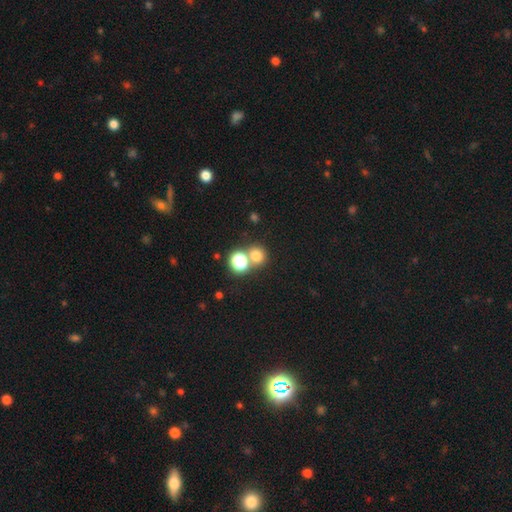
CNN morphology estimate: The model was most divided on "merging": none: 59%, merger: 31%, minor disturbance: 7%, major disturbance: 3%. More confident: how rounded — round (86%); smooth or featured — smooth (72%).